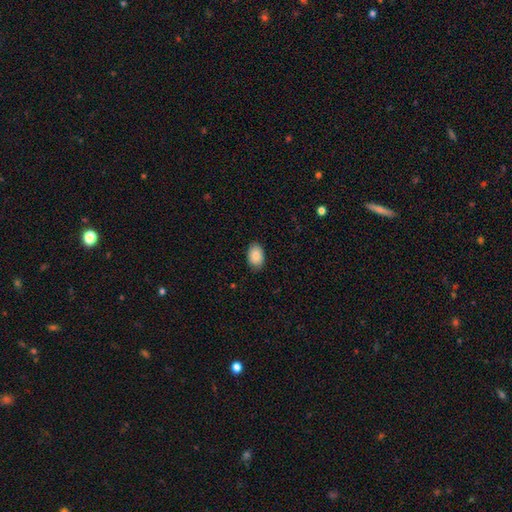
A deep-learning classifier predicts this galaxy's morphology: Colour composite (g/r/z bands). It shows a smooth galaxy with no disk features (87%) that is in between round and cigar-shaped (88%). Merging: none (85%).